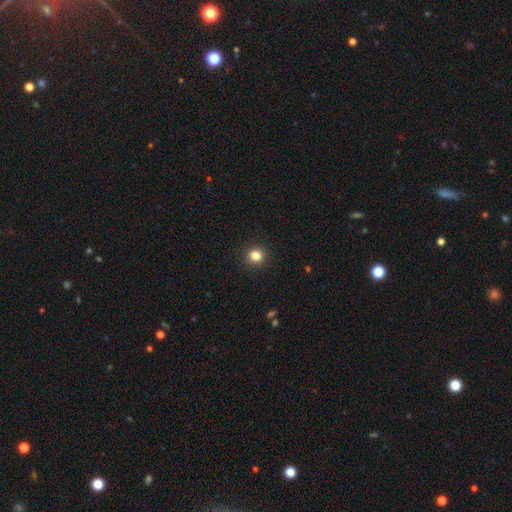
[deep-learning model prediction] smooth 83%, star or artifact 12%, featured or disk 5%. Down the decision tree: how rounded — round (92%); merging — none (92%).